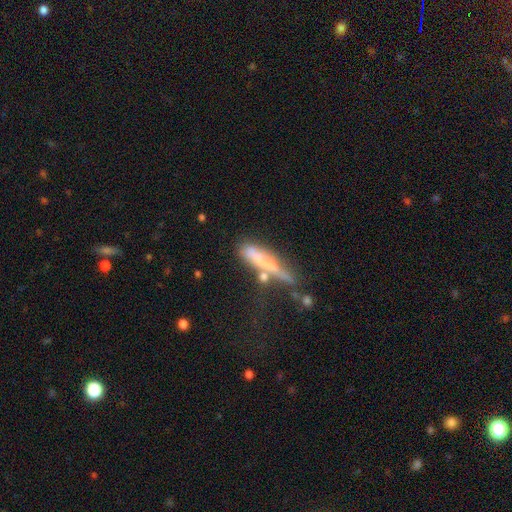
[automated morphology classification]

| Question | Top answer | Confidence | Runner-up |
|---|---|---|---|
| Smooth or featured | smooth | 56% | featured or disk (34%) |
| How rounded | cigar-shaped | 80% | in between (16%) |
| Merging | none | 44% | minor disturbance (23%) |